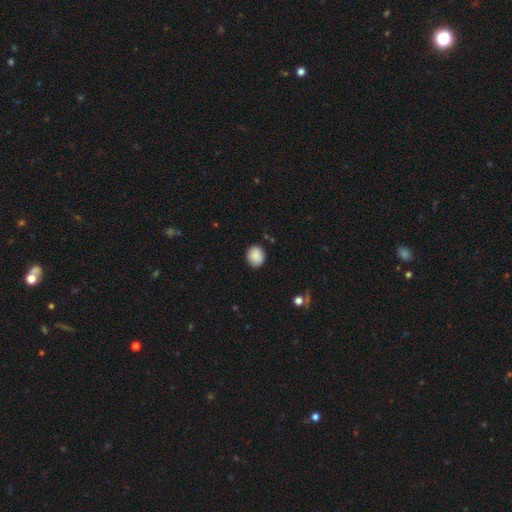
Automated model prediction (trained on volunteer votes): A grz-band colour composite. It shows a smooth galaxy with no disk features (88%) that is round (64%). Merging: none (85%).